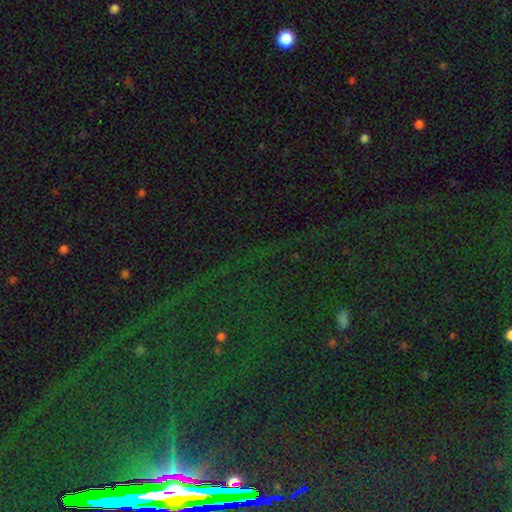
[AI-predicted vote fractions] Smooth or featured? Predicted: star or artifact (p=0.84).